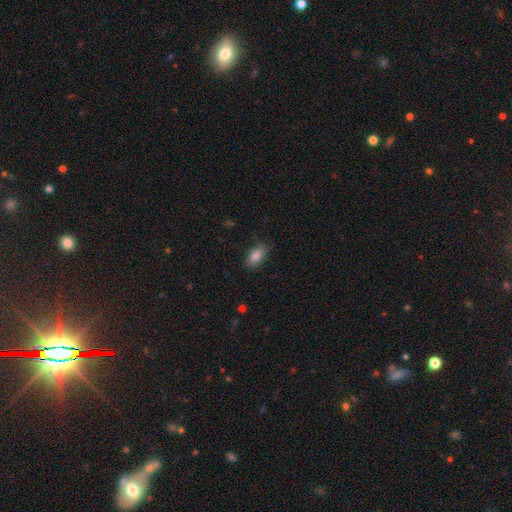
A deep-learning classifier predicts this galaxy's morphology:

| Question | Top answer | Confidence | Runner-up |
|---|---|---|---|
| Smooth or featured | smooth | 87% | star or artifact (8%) |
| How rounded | in between | 91% | round (6%) |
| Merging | none | 80% | minor disturbance (15%) |